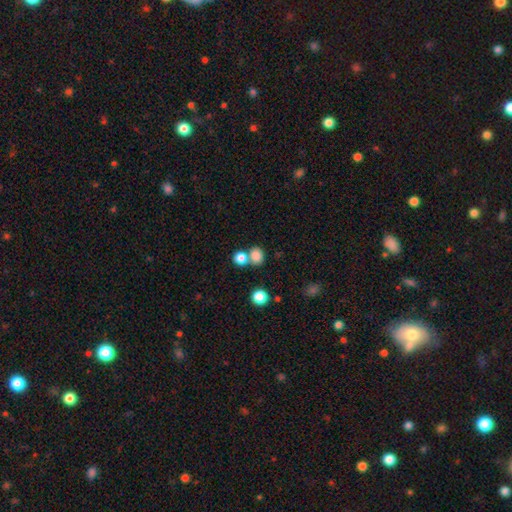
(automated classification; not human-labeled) Q: Smooth or featured?
A: smooth (82%); runner-up: star or artifact (12%)
Q: How rounded?
A: round (67%); runner-up: in between (32%)
Q: Merging?
A: none (50%); runner-up: merger (38%)